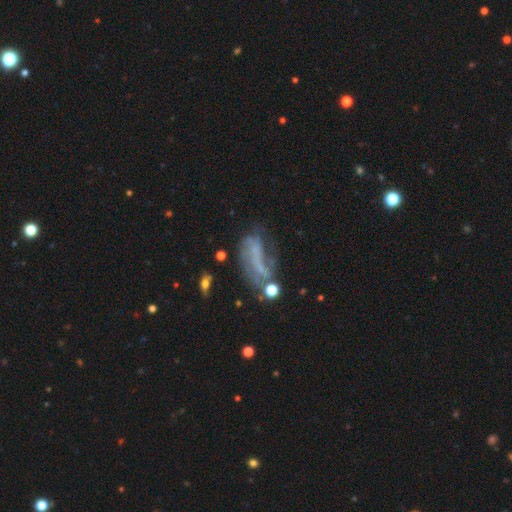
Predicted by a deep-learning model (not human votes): A featured or disk galaxy (60%) with no bar (52%), spiral arms (58%) and no central bulge (68%). Merging: none (35%).